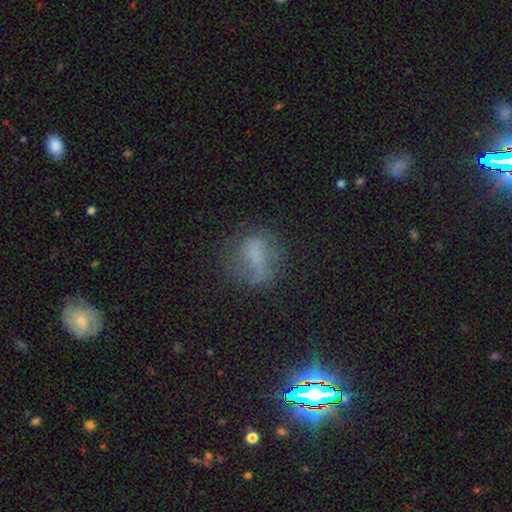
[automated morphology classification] Smooth or featured? Predicted: smooth (p=0.45). Merging? Predicted: none (p=0.50).